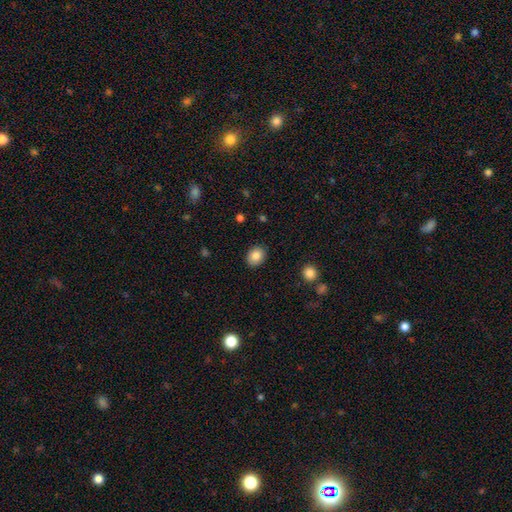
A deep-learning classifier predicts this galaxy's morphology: A smooth galaxy with no disk features (83%) that is round (52%). Merging: none (88%).